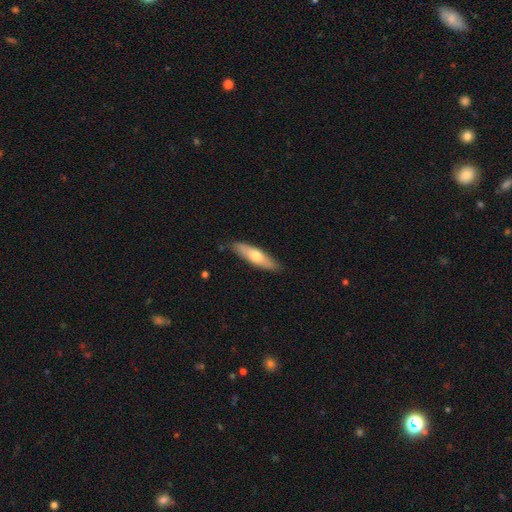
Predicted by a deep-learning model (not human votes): smooth_or_featured: smooth (p=0.59) [alt: featured or disk p=0.36]
how_rounded: cigar-shaped (p=0.66) [alt: in between p=0.32]
merging: none (p=0.85) [alt: minor disturbance p=0.11]